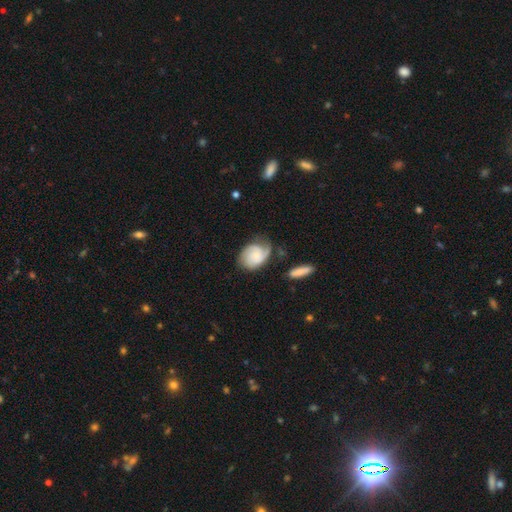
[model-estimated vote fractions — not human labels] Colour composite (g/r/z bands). It shows a featured or disk galaxy (57%) with no bar (72%), spiral arms (91%) and a small central bulge (59%). Merging: none (52%).